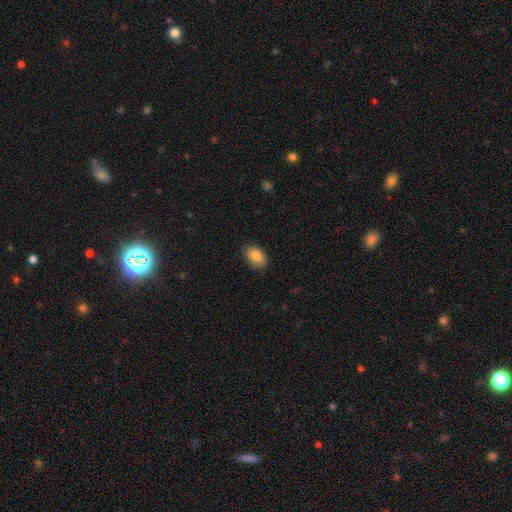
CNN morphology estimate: Smooth or featured?
  - smooth: 84% *
  - featured or disk: 9%
  - star or artifact: 8%
How rounded?
  - in between: 84% *
  - round: 15%
  - cigar-shaped: 1%
Merging?
  - none: 84% *
  - minor disturbance: 13%
  - major disturbance: 2%
  - merger: 1%